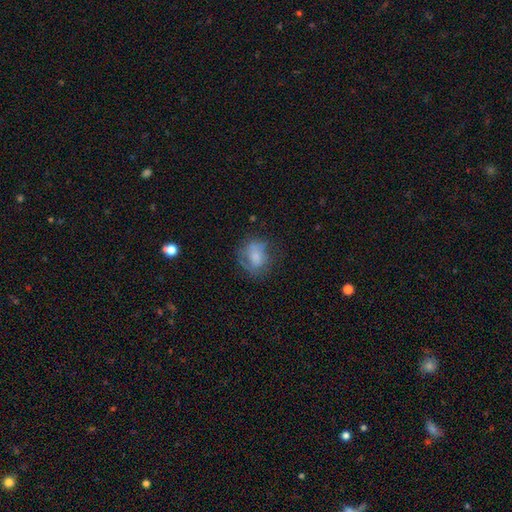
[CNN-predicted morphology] Q: Smooth or featured?
A: smooth (60%); runner-up: featured or disk (30%)
Q: How rounded?
A: round (50%); runner-up: in between (49%)
Q: Merging?
A: none (52%); runner-up: minor disturbance (26%)